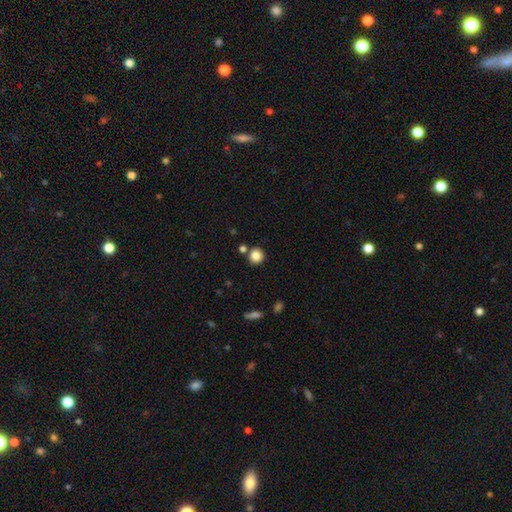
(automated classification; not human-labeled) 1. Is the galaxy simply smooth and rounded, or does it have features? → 85% smooth, 11% star or artifact, 5% featured or disk.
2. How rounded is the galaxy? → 92% round, 8% in between, 1% cigar-shaped.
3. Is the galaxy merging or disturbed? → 81% none, 9% merger, 8% minor disturbance, 2% major disturbance.